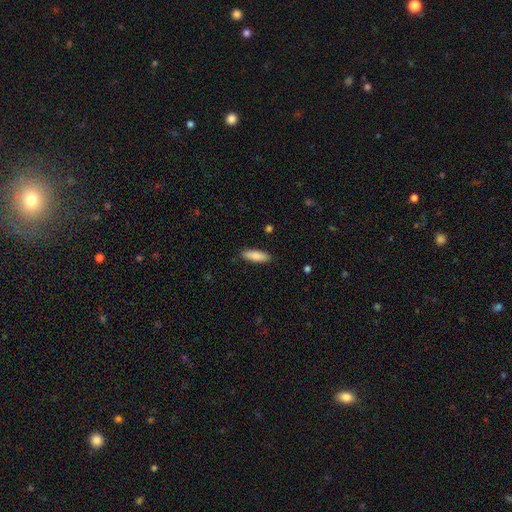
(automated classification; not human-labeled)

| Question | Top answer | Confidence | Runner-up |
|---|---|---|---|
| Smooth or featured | smooth | 86% | featured or disk (8%) |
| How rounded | cigar-shaped | 49% | tied: in between (49%) |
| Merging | none | 88% | minor disturbance (9%) |